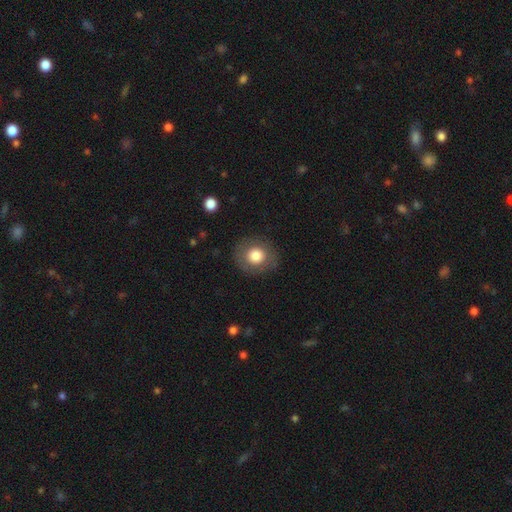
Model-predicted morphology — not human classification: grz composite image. It shows a smooth galaxy with no disk features (75%) that is round (85%). Merging: none (86%).